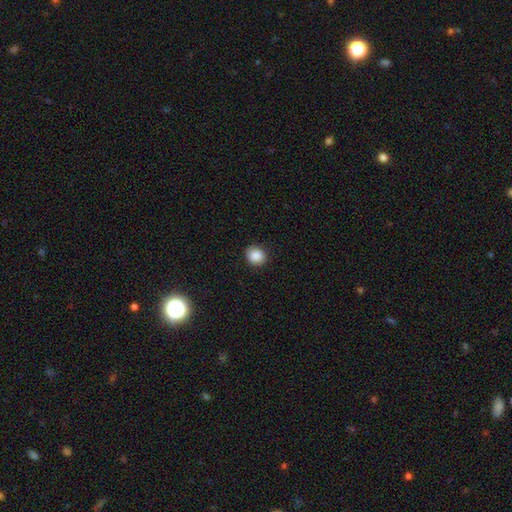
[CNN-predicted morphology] smooth-or-featured: smooth: 87% | star or artifact: 10% | featured or disk: 3%
  how-rounded: round: 82% | in between: 17% | cigar-shaped: 1%
  merging: none: 89% | minor disturbance: 8% | major disturbance: 2% | merger: 1%